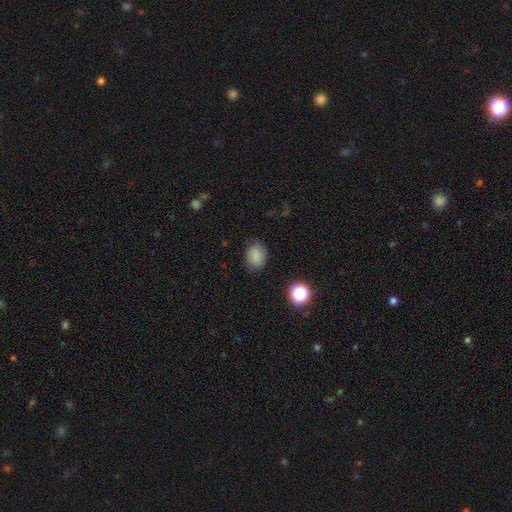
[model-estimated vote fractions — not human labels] A smooth galaxy with no disk features (84%) that is in between round and cigar-shaped (59%). Merging: none (82%).